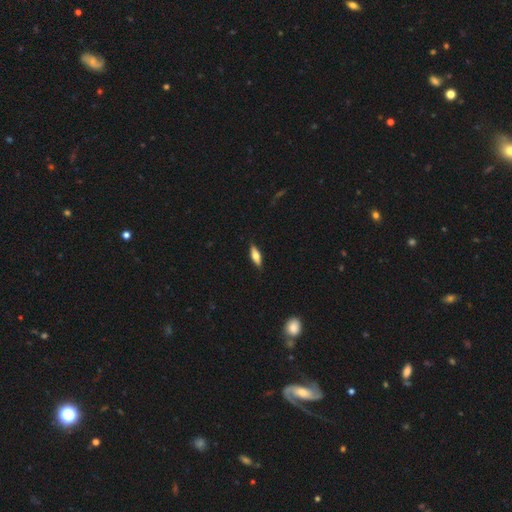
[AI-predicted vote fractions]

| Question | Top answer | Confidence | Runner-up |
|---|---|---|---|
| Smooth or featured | smooth | 60% | featured or disk (33%) |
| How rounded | in between | 59% | cigar-shaped (38%) |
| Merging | none | 87% | minor disturbance (10%) |